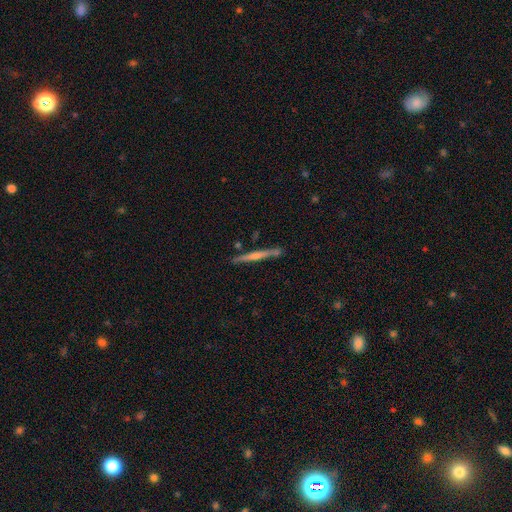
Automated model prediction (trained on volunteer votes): Smooth or featured? featured or disk (62%)
Edge-on disk? yes (94%)
Edge-on bulge? rounded (55%)
Merging? none (86%)